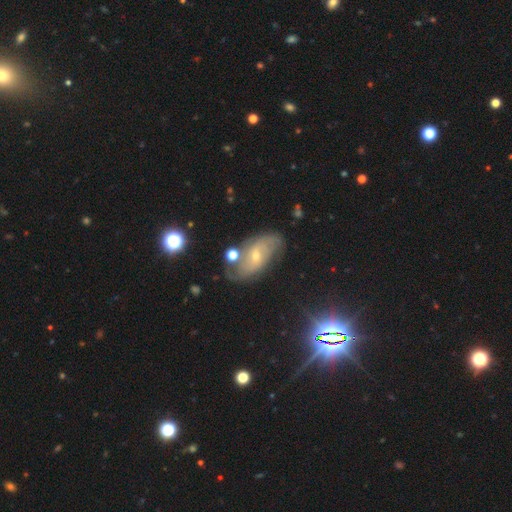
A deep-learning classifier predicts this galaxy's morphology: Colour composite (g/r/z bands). It shows a featured or disk galaxy (67%) with no bar (47%), 2 (59%) medium (39%) spiral arms (84%) and a small central bulge (67%). Merging: none (65%).